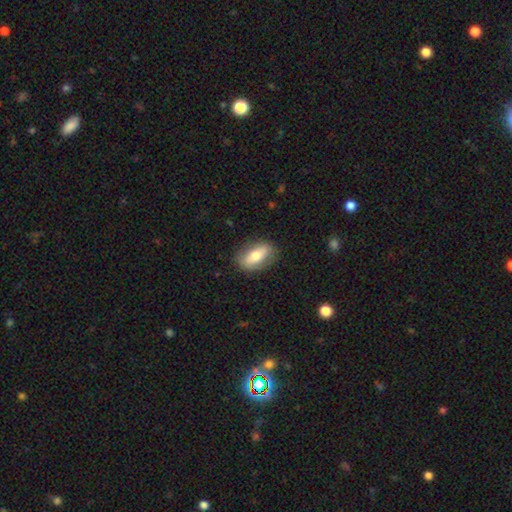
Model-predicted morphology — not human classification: This appears to be a smooth galaxy with no disk features (64%) that is in between round and cigar-shaped (83%). Merging: none (83%).